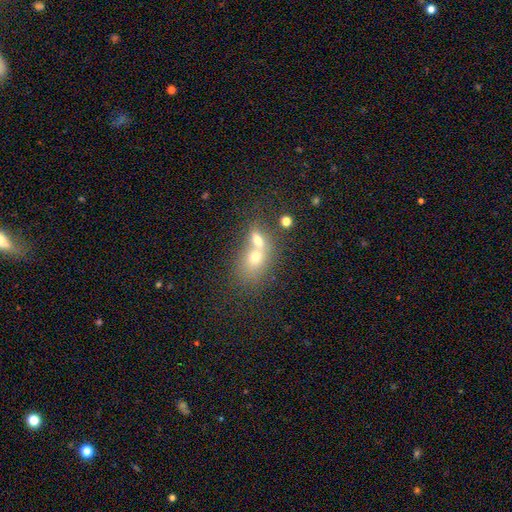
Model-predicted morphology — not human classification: Q: Smooth or featured?
A: smooth (62%); runner-up: featured or disk (25%)
Q: How rounded?
A: in between (60%); runner-up: round (37%)
Q: Merging?
A: merger (70%); runner-up: none (19%)